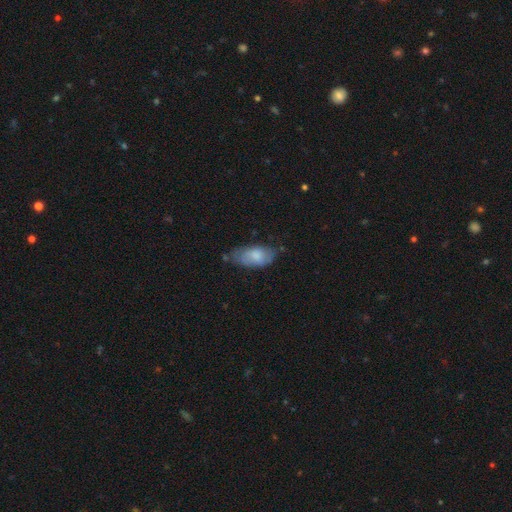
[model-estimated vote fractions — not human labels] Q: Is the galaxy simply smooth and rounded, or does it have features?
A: smooth — 74%.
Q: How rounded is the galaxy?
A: in between — 90%.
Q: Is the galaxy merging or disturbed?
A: none — 51%.